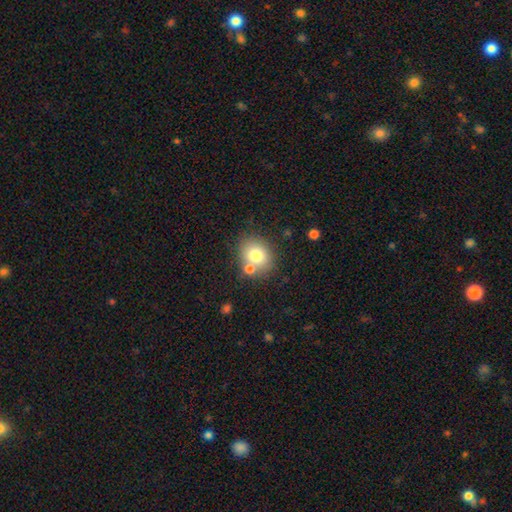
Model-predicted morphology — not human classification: Q: Smooth or featured?
A: smooth (76%); runner-up: featured or disk (14%)
Q: How rounded?
A: round (61%); runner-up: in between (38%)
Q: Merging?
A: none (65%); runner-up: merger (20%)